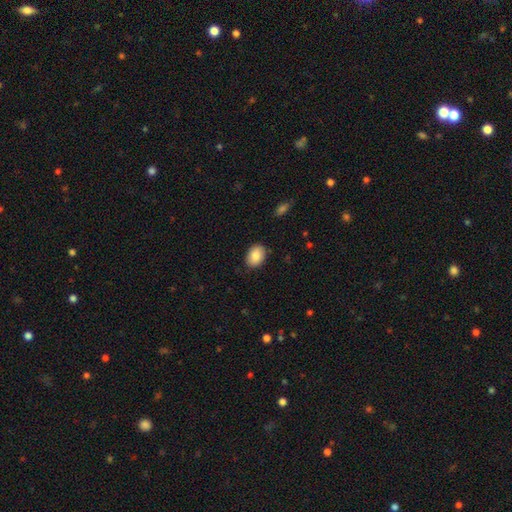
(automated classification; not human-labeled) A smooth galaxy with no disk features (86%) that is in between round and cigar-shaped (77%). Merging: none (85%).